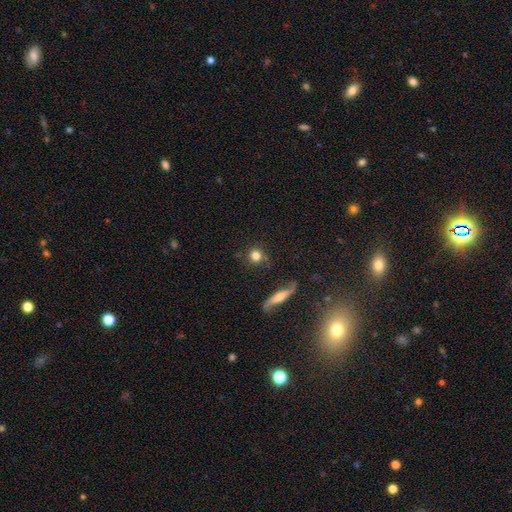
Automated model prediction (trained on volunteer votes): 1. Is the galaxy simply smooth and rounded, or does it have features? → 78% smooth, 11% featured or disk, 11% star or artifact.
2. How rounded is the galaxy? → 92% round, 6% in between, 2% cigar-shaped.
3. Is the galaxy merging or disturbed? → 80% none, 10% minor disturbance, 6% merger, 4% major disturbance.